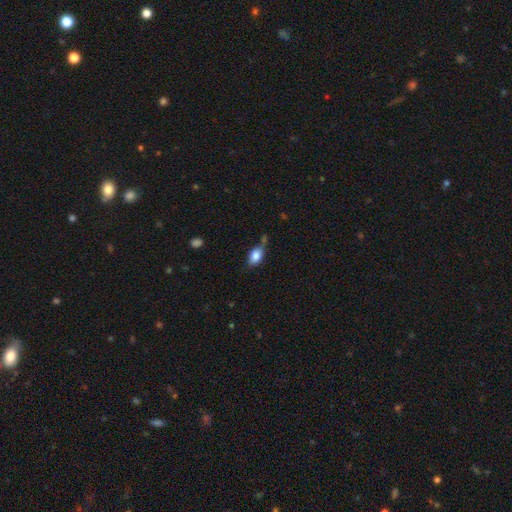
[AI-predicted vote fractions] Morphology: type=smooth (78%); roundness=in between (82%); merging=none (53%).